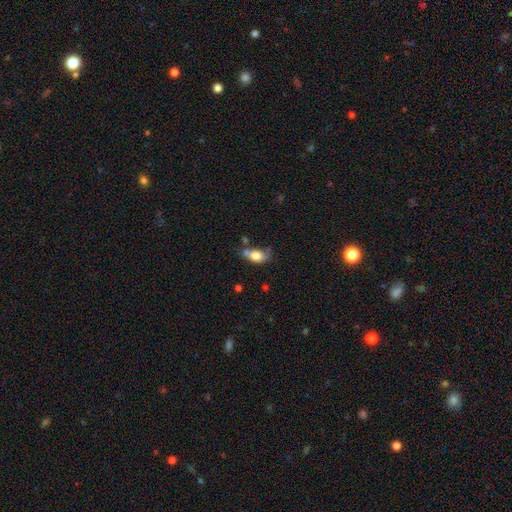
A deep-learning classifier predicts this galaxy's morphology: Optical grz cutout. It shows a smooth galaxy with no disk features (78%) that is in between round and cigar-shaped (84%). Merging: none (42%).